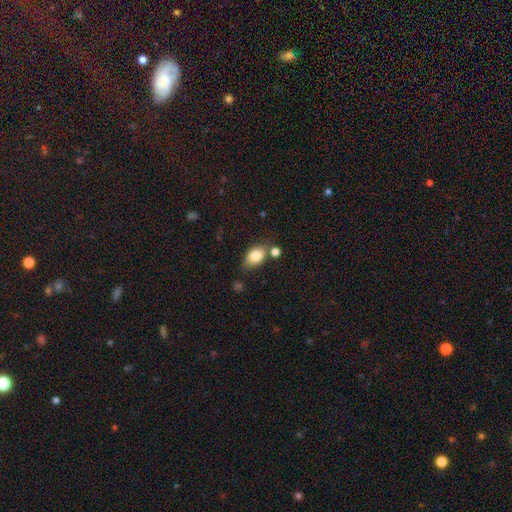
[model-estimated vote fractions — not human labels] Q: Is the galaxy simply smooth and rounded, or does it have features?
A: smooth — 81%.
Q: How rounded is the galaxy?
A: in between — 84%.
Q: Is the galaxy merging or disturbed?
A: none — 64%.